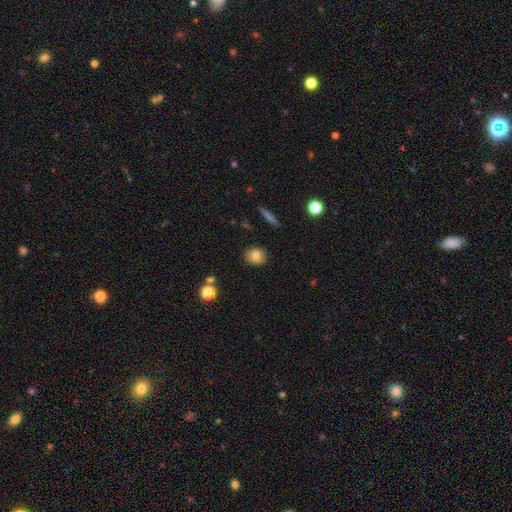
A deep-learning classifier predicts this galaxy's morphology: A smooth galaxy with no disk features (80%) that is round (68%). Merging: none (87%).